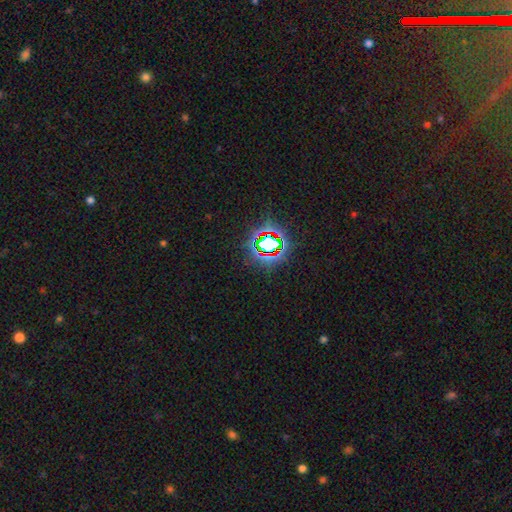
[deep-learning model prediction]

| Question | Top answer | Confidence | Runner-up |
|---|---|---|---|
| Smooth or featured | star or artifact | 80% | smooth (12%) |